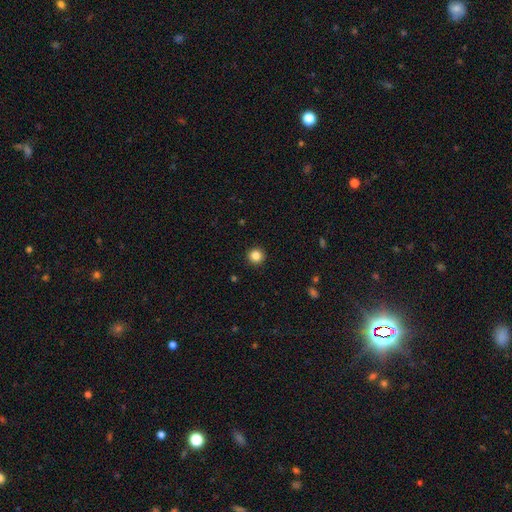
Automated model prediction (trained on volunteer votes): smooth_or_featured: smooth (p=0.85) [alt: star or artifact p=0.11]
how_rounded: round (p=0.95) [alt: in between p=0.04]
merging: none (p=0.93) [alt: minor disturbance p=0.04]